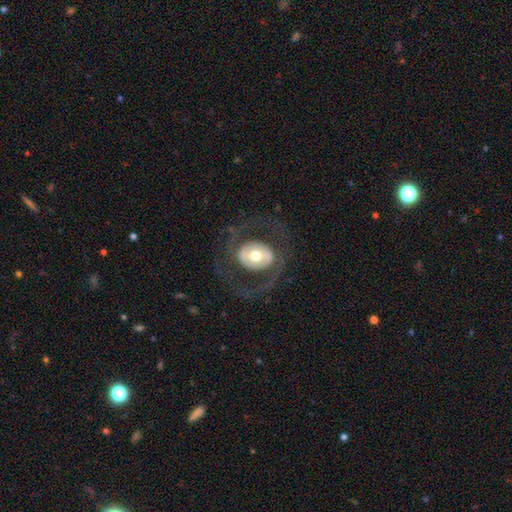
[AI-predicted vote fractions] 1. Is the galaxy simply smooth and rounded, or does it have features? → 63% featured or disk, 31% smooth, 6% star or artifact.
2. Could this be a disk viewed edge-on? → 95% no, 5% yes.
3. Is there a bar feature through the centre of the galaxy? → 65% no, 22% weak, 13% strong.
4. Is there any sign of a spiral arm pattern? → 56% no, 44% yes.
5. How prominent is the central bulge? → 66% moderate, 21% large, 8% small, 3% dominant, 1% none.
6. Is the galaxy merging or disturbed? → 71% none, 17% major disturbance, 11% minor disturbance, 1% merger.